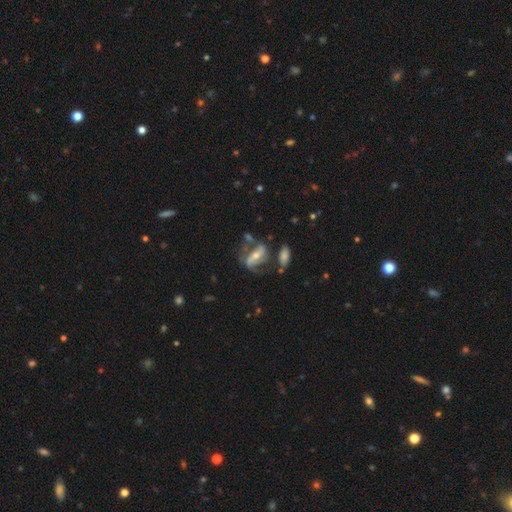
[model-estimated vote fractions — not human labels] Smooth or featured? featured or disk (73%)
Edge-on disk? no (88%)
Bar? strong (54%)
Spiral arms? yes (74%)
Bulge size? moderate (48%)
Merging? none (49%)